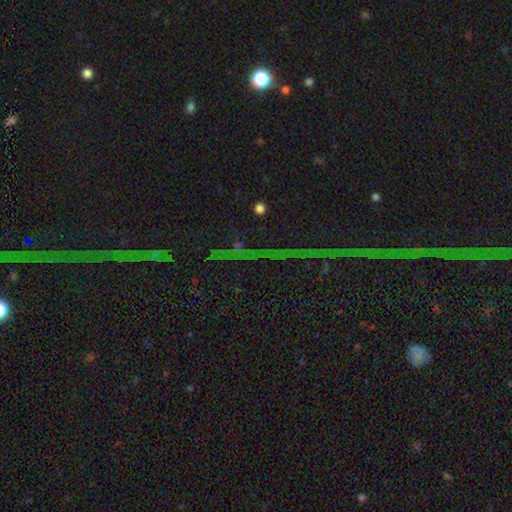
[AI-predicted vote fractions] Smooth or featured: star or artifact — 81% (featured or disk — 11%)